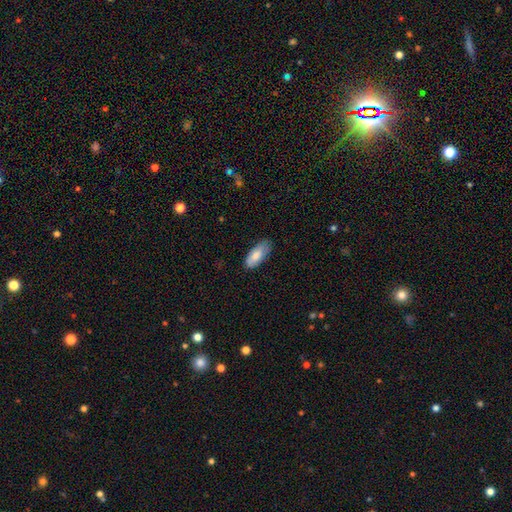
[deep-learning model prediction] A smooth galaxy with no disk features (80%) that is in between round and cigar-shaped (85%). Merging: none (74%).